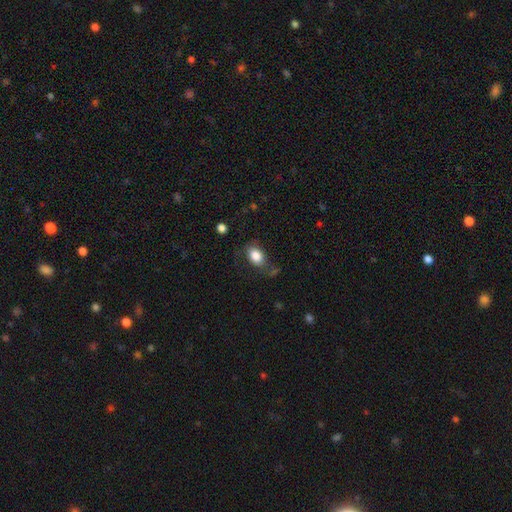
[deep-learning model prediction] The model was most divided on "merging": none: 63%, minor disturbance: 23%, major disturbance: 11%, merger: 4%. More confident: smooth or featured — smooth (83%); how rounded — in between (79%).